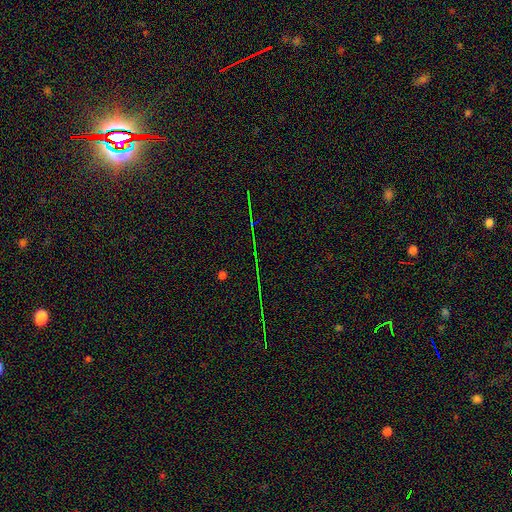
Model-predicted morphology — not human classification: Smooth or featured? star or artifact (82%)